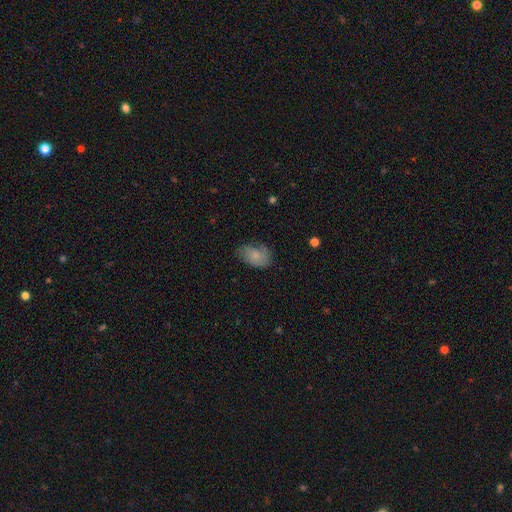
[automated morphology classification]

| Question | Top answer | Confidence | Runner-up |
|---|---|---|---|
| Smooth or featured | smooth | 72% | featured or disk (20%) |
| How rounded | in between | 85% | round (13%) |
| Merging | none | 57% | minor disturbance (31%) |